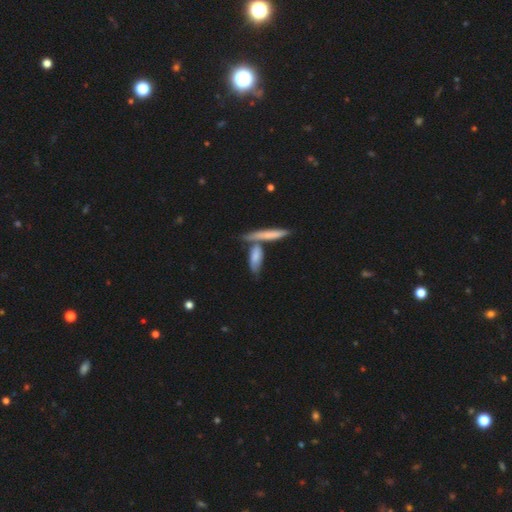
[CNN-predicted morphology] Overall: smooth (66%; featured or disk 28%). How rounded: cigar-shaped (52%; in between 45%). Merging: none (47%; merger 34%).